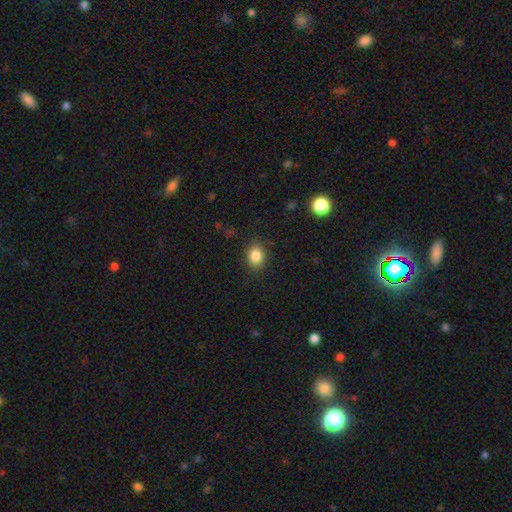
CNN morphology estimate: The model was most divided on "how rounded": in between: 54%, round: 45%, cigar-shaped: 1%. More confident: merging — none (86%); smooth or featured — smooth (85%).